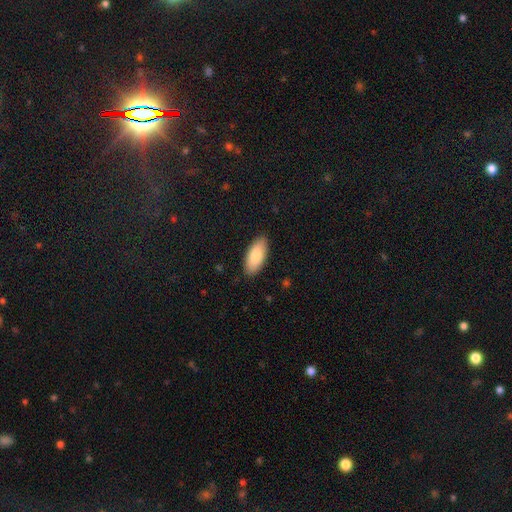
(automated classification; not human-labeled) Overall: smooth (84%). How rounded: in between (88%). Merging: none (87%).